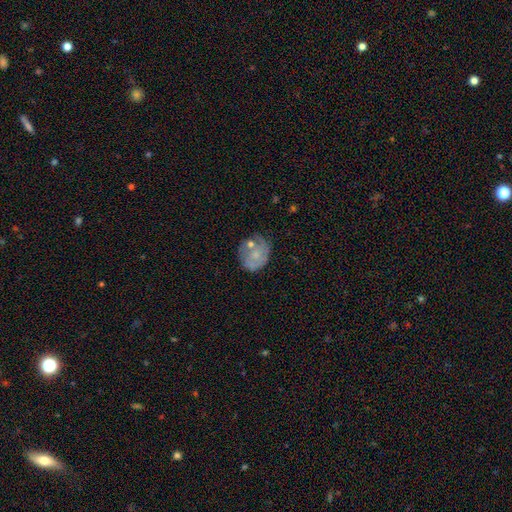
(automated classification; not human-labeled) This is possibly a featured or disk galaxy (47%). Merging: possibly none (49%).